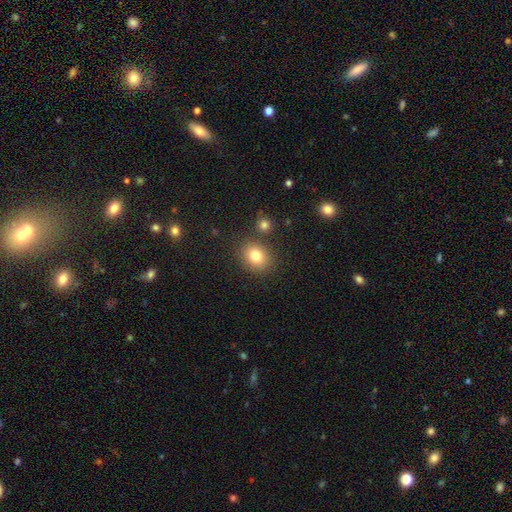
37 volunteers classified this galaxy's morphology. Smooth or featured?
  - smooth: 89% *
  - featured or disk: 5%
  - star or artifact: 5%
How rounded?
  - round: 64% *
  - in between: 36%
  - cigar-shaped: 0%
Merging?
  - none: 69% *
  - minor disturbance: 20%
  - major disturbance: 6%
  - merger: 6%